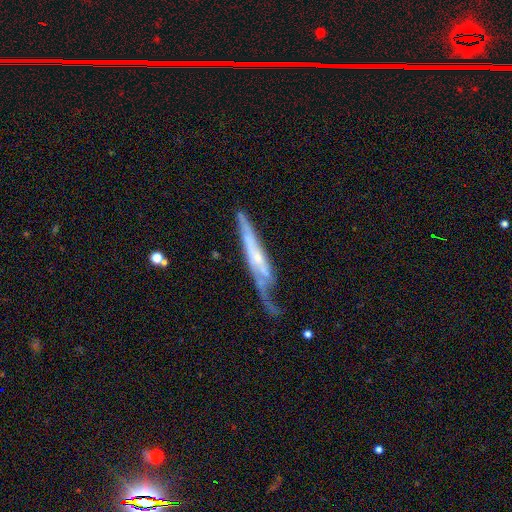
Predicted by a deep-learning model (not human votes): A featured or disk galaxy (71%) viewed edge-on (62%). Merging: none (39%).